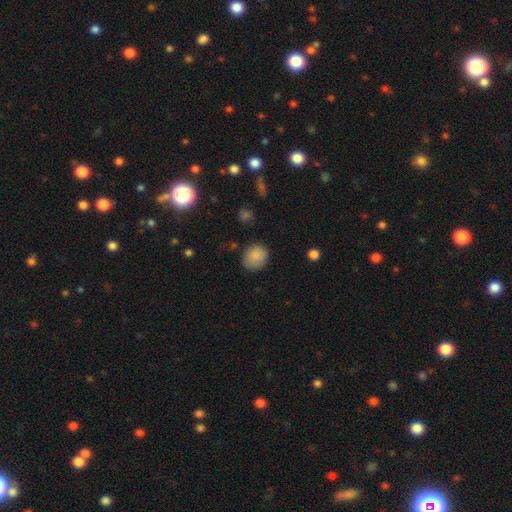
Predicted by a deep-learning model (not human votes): Overall: smooth (85%). How rounded: round (74%). Merging: none (78%).